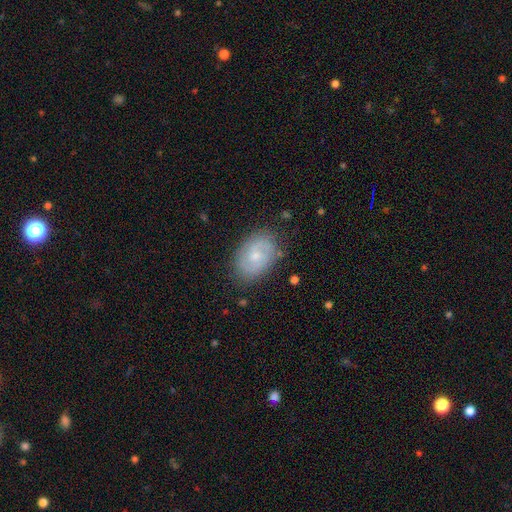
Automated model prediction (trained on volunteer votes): Smooth or featured? featured or disk (59%)
Edge-on disk? no (96%)
Bar? no (64%)
Spiral arms? yes (81%)
Bulge size? small (53%)
Merging? none (80%)